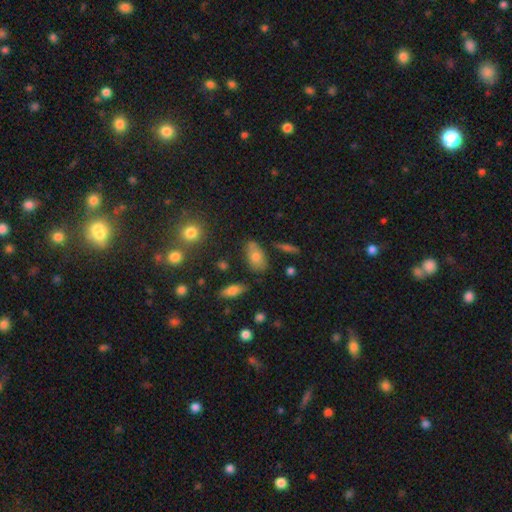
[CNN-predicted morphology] Smooth or featured?
  - smooth: 71% *
  - featured or disk: 19%
  - star or artifact: 10%
How rounded?
  - in between: 87% *
  - round: 8%
  - cigar-shaped: 5%
Merging?
  - none: 65% *
  - minor disturbance: 22%
  - merger: 7%
  - major disturbance: 6%